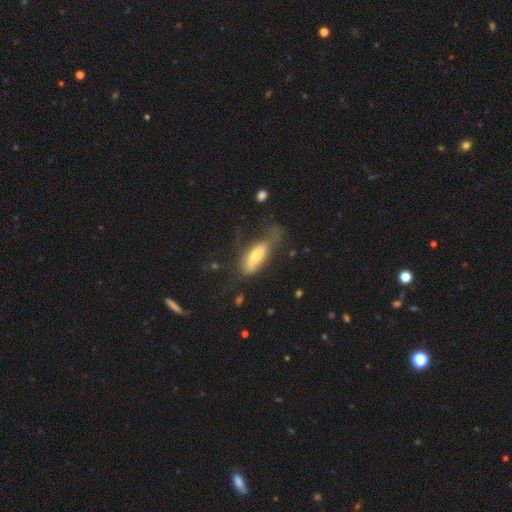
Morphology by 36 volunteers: Smooth or featured? 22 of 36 (61%) said smooth. How rounded? 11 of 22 (50%, tied with cigar-shaped) said in between. Merging? 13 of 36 (36%) said none.